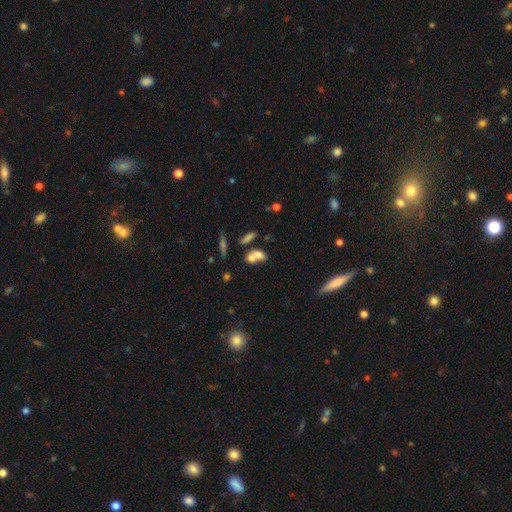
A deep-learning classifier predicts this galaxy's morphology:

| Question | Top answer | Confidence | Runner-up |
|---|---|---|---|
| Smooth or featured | smooth | 68% | featured or disk (20%) |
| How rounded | in between | 67% | round (28%) |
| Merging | merger | 59% | none (28%) |